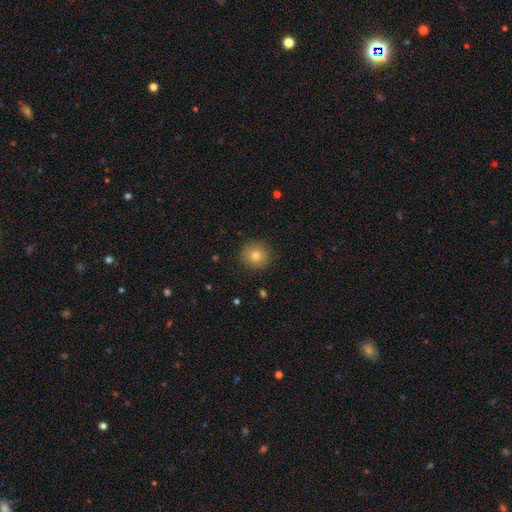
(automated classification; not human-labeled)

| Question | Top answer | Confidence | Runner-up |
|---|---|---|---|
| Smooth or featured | smooth | 78% | star or artifact (12%) |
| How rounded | round | 94% | in between (5%) |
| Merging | none | 90% | minor disturbance (7%) |